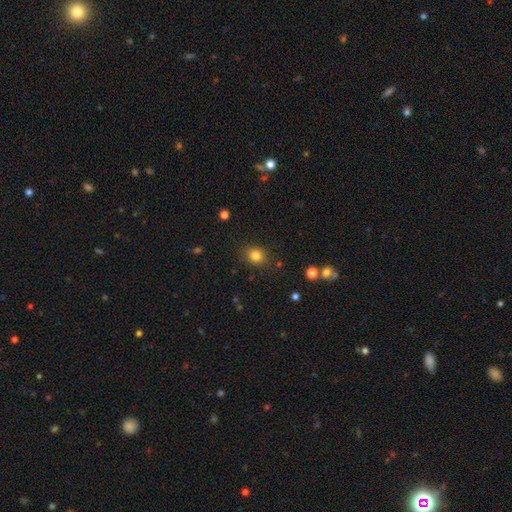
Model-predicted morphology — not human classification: smooth 82%, star or artifact 12%, featured or disk 6%. Down the decision tree: how rounded — round (65%); merging — none (85%).